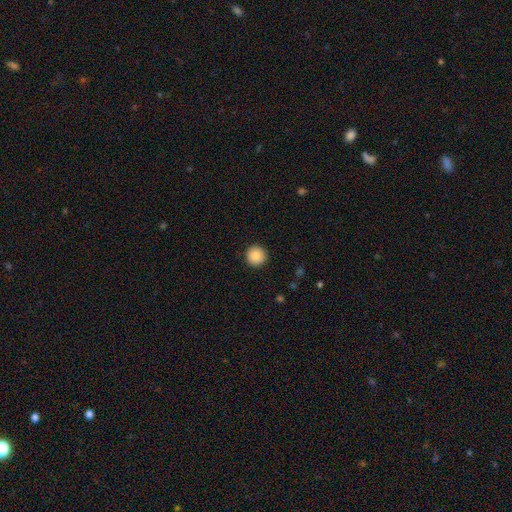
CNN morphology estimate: A smooth galaxy with no disk features (88%) that is round (96%). Merging: none (92%).